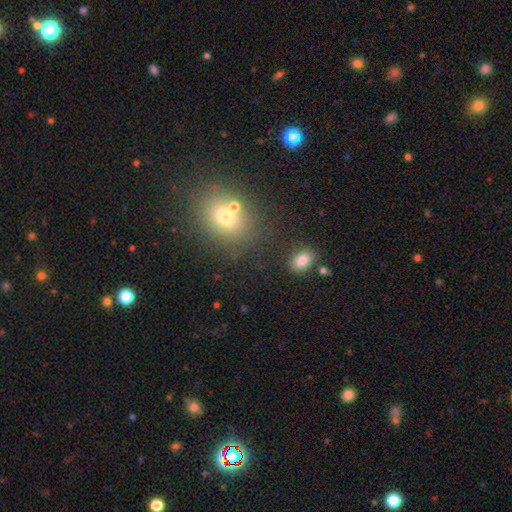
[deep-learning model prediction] The model was most divided on "how rounded": in between: 50%, round: 48%, cigar-shaped: 3%. More confident: merging — none (66%); smooth or featured — smooth (57%).